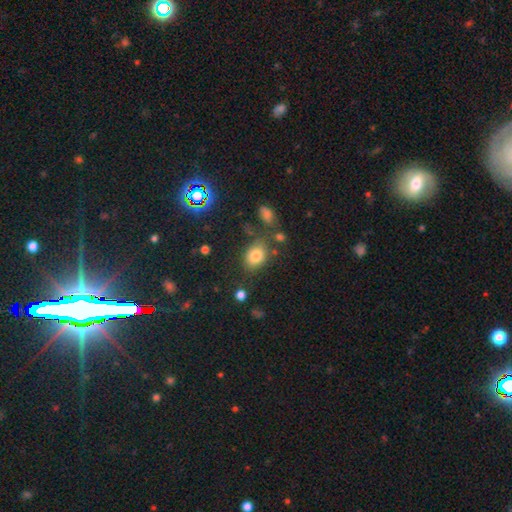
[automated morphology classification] Q: Smooth or featured?
A: smooth (79%); runner-up: star or artifact (12%)
Q: How rounded?
A: in between (68%); runner-up: round (30%)
Q: Merging?
A: none (69%); runner-up: minor disturbance (16%)